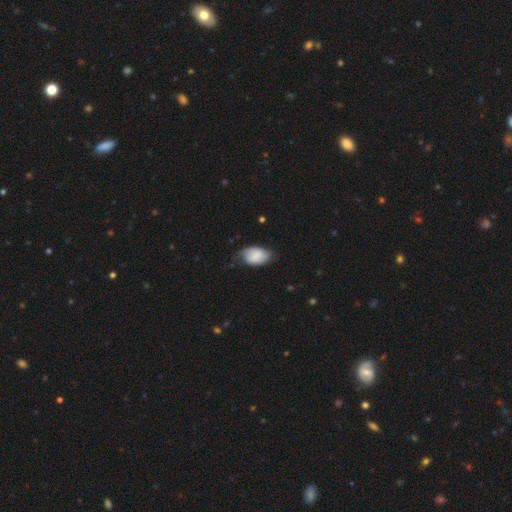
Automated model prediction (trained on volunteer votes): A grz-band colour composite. It shows a smooth galaxy with no disk features (75%) that is in between round and cigar-shaped (87%). Merging: none (52%).